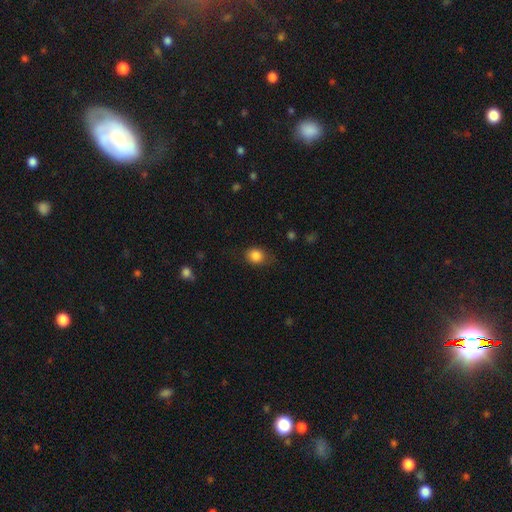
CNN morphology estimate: Smooth or featured? smooth (85%)
How rounded? round (59%)
Merging? none (74%)